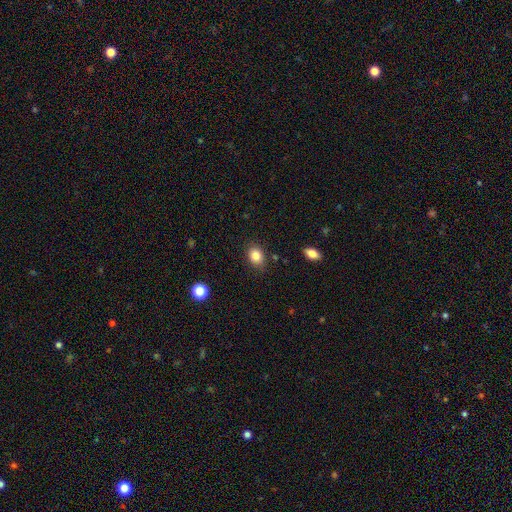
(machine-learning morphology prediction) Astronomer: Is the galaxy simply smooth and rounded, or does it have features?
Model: smooth — 85%.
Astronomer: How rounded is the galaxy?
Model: in between — 59% (runner-up: round, 39%).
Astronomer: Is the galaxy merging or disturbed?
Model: none — 84%.